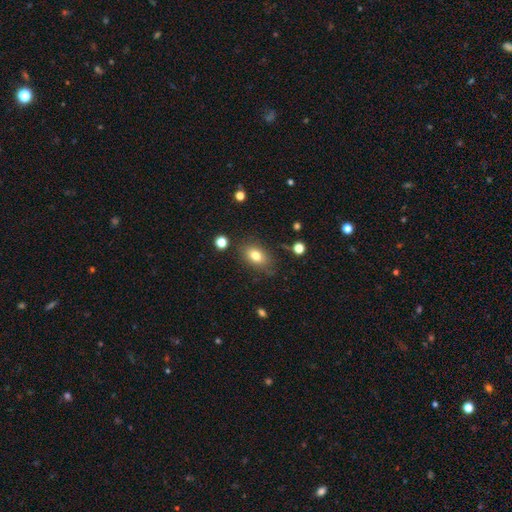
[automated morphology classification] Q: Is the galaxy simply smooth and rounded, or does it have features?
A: smooth — 78%.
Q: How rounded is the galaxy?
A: in between — 82%.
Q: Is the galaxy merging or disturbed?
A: none — 77%.